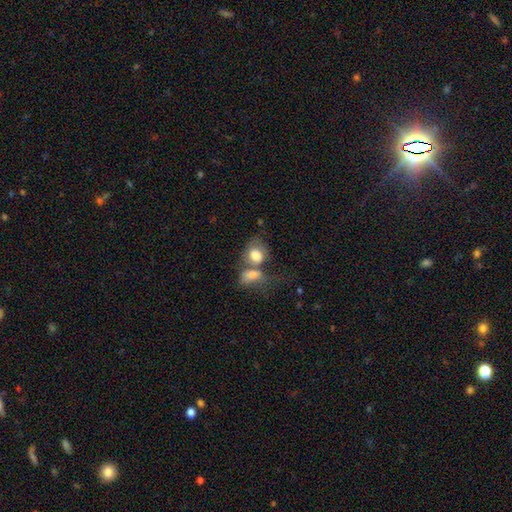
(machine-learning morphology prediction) Q: Smooth or featured?
A: smooth (76%); runner-up: featured or disk (16%)
Q: How rounded?
A: in between (57%); runner-up: round (42%)
Q: Merging?
A: merger (61%); runner-up: none (20%)